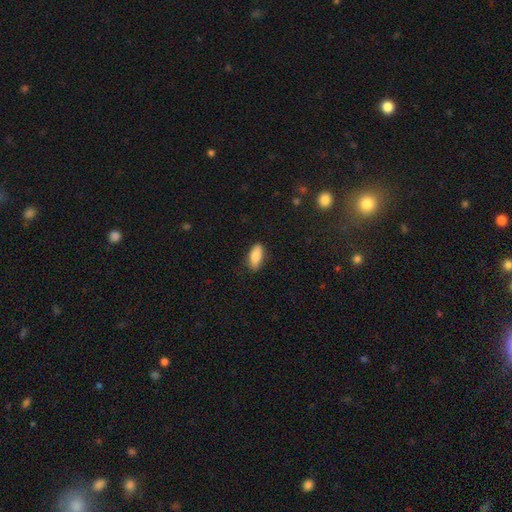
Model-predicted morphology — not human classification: smooth_or_featured: smooth (p=0.85) [alt: featured or disk p=0.08]
how_rounded: in between (p=0.83) [alt: cigar-shaped p=0.14]
merging: none (p=0.84) [alt: minor disturbance p=0.12]